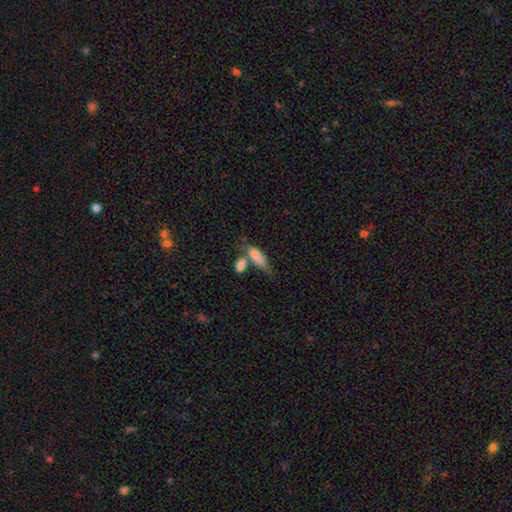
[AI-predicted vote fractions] The model was most divided on "merging": merger: 48%, none: 28%, minor disturbance: 14%, major disturbance: 10%. More confident: smooth or featured — smooth (80%); how rounded — in between (72%).